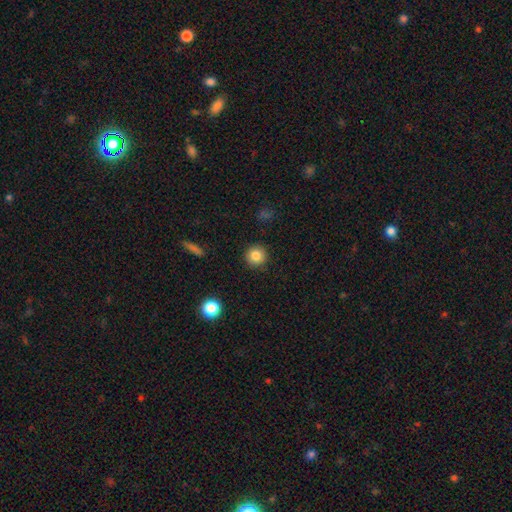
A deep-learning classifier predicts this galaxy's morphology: smooth-or-featured: smooth: 84% | star or artifact: 10% | featured or disk: 6%
  how-rounded: round: 95% | in between: 4% | cigar-shaped: 1%
  merging: none: 91% | minor disturbance: 5% | major disturbance: 2% | merger: 1%